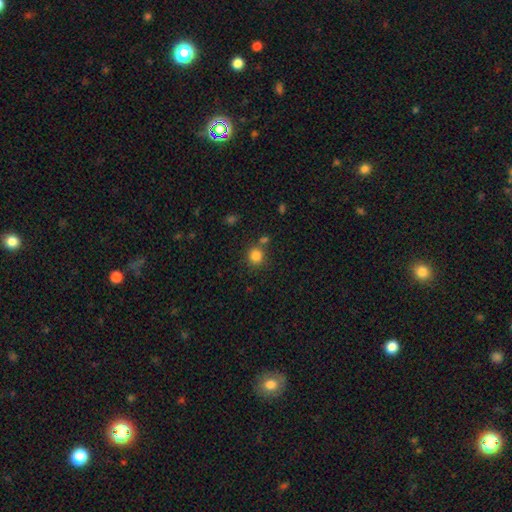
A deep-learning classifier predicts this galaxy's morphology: The model was most divided on "merging": none: 76%, merger: 12%, minor disturbance: 9%, major disturbance: 3%. More confident: how rounded — round (90%); smooth or featured — smooth (83%).